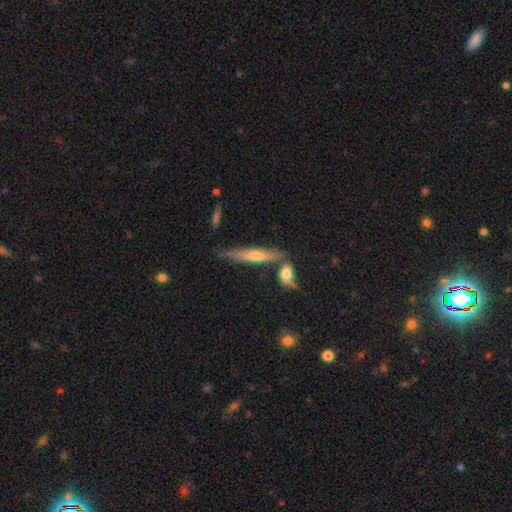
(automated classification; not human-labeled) This is likely a featured or disk galaxy (63%). It is clearly viewed edge-on (94%). Edge-on bulge: likely rounded (79%). Merging: likely none (71%).